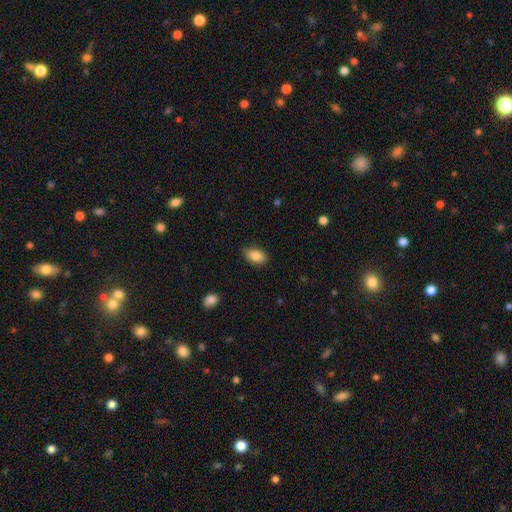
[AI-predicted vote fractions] Smooth or featured? smooth (86%)
How rounded? in between (91%)
Merging? none (84%)